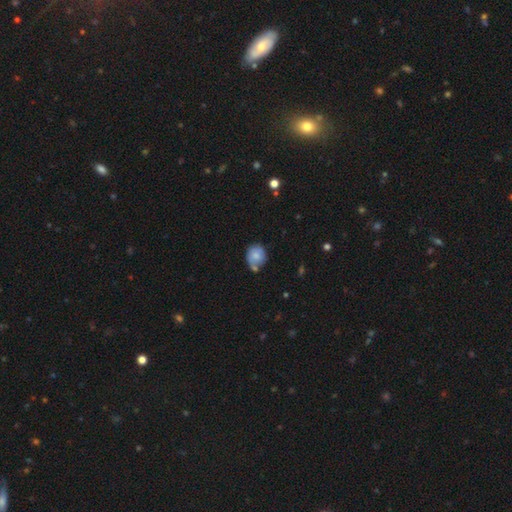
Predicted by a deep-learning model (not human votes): This appears to be a smooth galaxy with no disk features (72%) that is round (65%). Merging: none (48%).